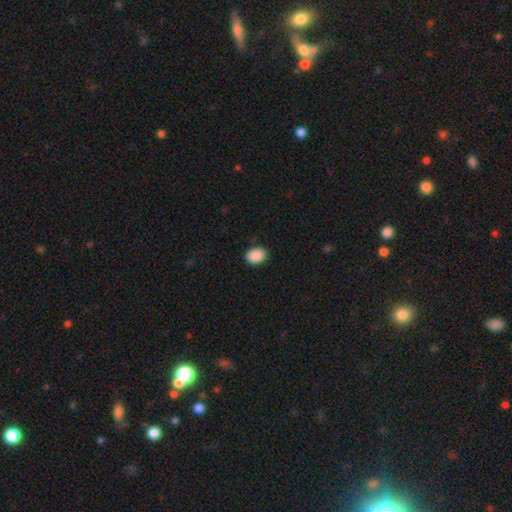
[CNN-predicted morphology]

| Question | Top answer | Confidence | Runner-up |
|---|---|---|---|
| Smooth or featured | smooth | 90% | star or artifact (7%) |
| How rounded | in between | 68% | round (31%) |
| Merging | none | 88% | minor disturbance (9%) |